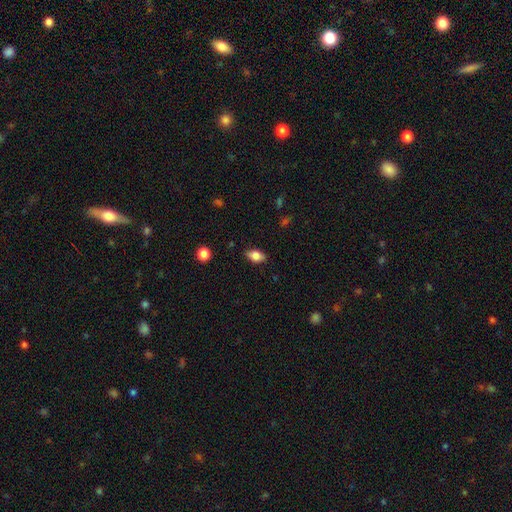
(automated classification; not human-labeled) Morphology: type=smooth (77%); roundness=in between (86%); merging=none (83%).